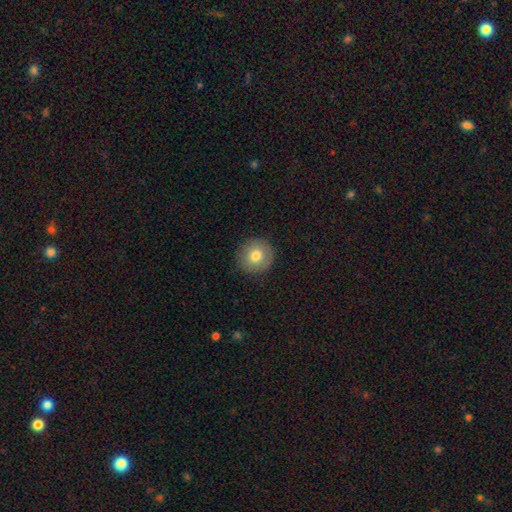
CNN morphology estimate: Overall: smooth (78%). How rounded: round (94%). Merging: none (91%).